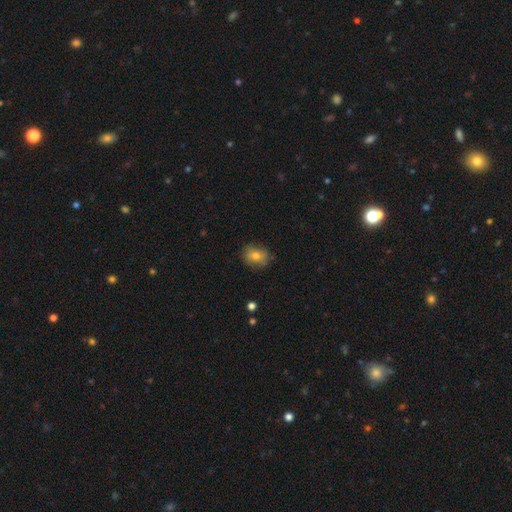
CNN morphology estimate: Smooth or featured?
  - smooth: 74% *
  - featured or disk: 16%
  - star or artifact: 10%
How rounded?
  - round: 53% *
  - in between: 45%
  - cigar-shaped: 1%
Merging?
  - none: 80% *
  - minor disturbance: 15%
  - major disturbance: 3%
  - merger: 1%